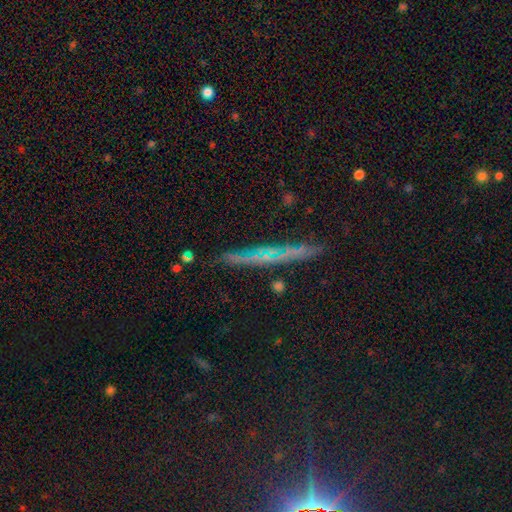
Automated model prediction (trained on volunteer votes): Q: Smooth or featured?
A: featured or disk (46%); runner-up: smooth (36%)
Q: Merging?
A: none (81%); runner-up: minor disturbance (13%)